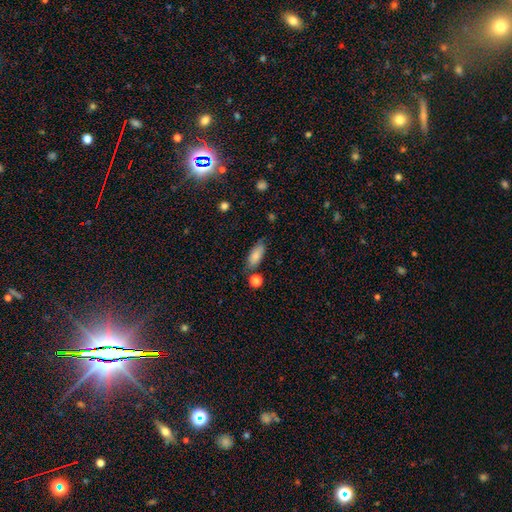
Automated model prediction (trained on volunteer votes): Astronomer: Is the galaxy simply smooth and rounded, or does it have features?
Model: smooth — 84%.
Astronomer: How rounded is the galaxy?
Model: in between — 83%.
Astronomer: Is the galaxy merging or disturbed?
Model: none — 71%.